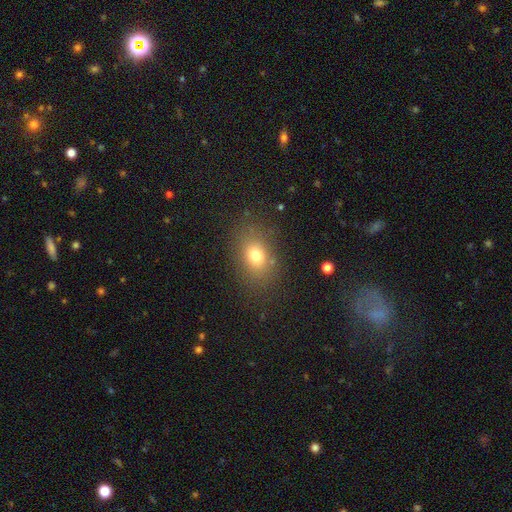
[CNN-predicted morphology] A smooth galaxy with no disk features (74%) that is in between round and cigar-shaped (66%).

Vote fractions:
- Smooth or featured? smooth: 74% / star or artifact: 14% / featured or disk: 12%
- How rounded? in between: 66% / round: 33% / cigar-shaped: 1%
- Merging? none: 81% / minor disturbance: 11% / major disturbance: 5% / merger: 2%